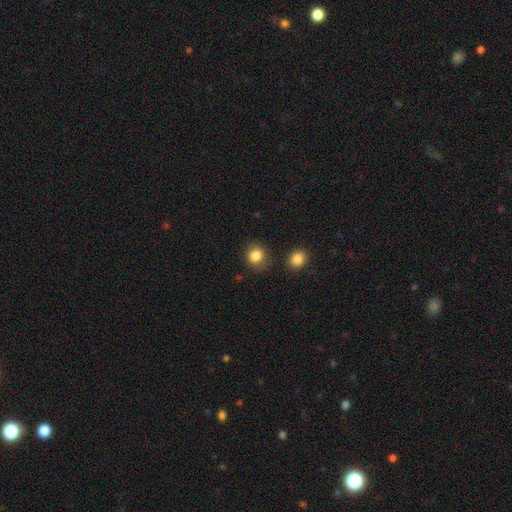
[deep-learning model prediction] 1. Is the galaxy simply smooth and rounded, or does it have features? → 85% smooth, 10% star or artifact, 5% featured or disk.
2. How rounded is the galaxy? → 84% round, 15% in between, 1% cigar-shaped.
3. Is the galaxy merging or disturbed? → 83% none, 10% minor disturbance, 4% merger, 3% major disturbance.